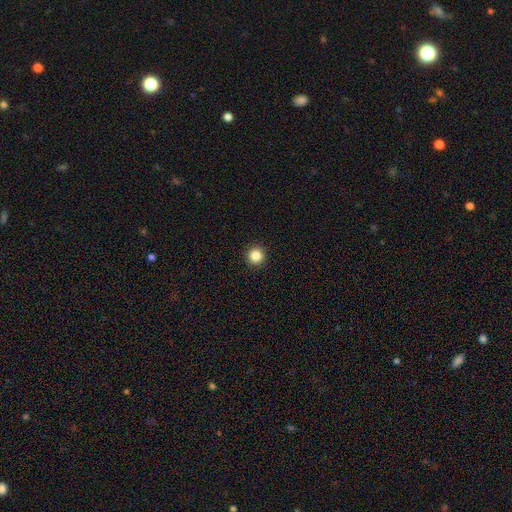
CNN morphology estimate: Smooth or featured? Predicted: smooth (p=0.85). How rounded? Predicted: round (p=0.96). Merging? Predicted: none (p=0.94).